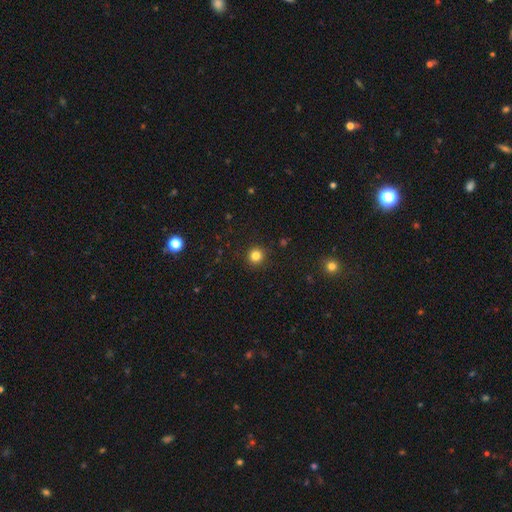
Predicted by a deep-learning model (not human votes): Smooth or featured: smooth — 83% (star or artifact — 13%)
How rounded: round — 94% (in between — 5%)
Merging: none — 91% (minor disturbance — 6%)